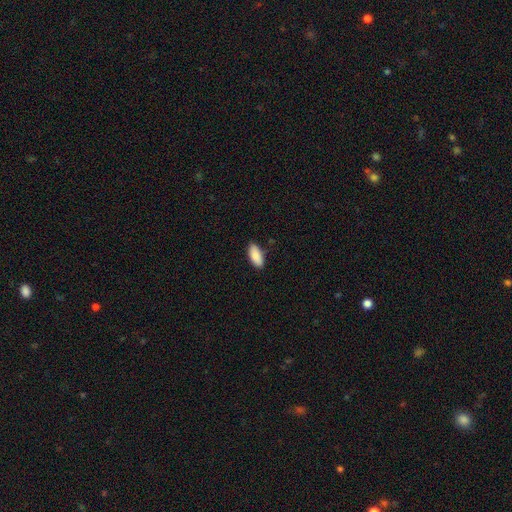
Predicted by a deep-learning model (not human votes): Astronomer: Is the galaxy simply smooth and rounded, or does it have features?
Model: smooth — 89%.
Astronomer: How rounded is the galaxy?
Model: in between — 88%.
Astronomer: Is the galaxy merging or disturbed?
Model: none — 87%.